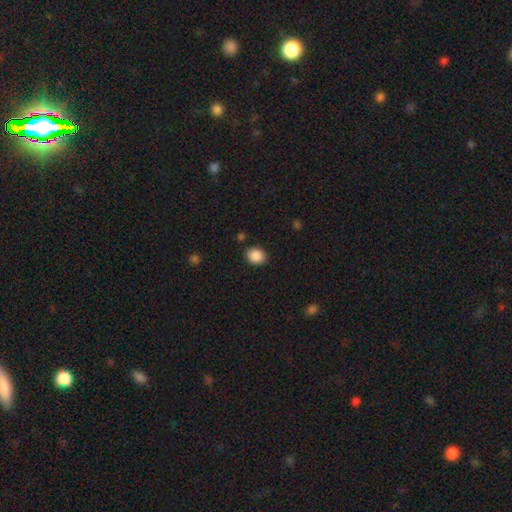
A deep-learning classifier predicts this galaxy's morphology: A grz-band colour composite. It shows a smooth galaxy with no disk features (88%) that is round (64%). Merging: none (87%).